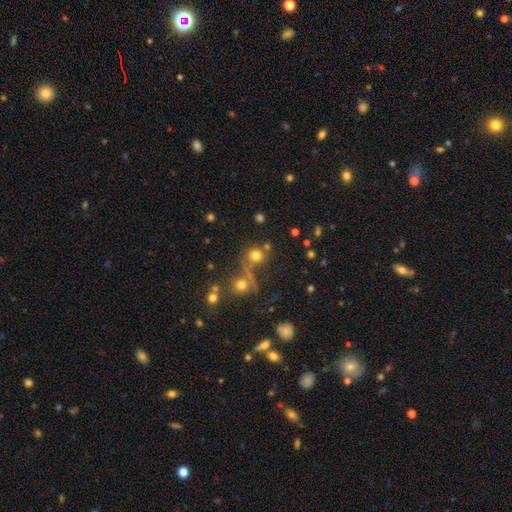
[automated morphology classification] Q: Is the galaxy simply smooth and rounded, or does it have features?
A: smooth — 74%.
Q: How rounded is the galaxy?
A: round — 89%.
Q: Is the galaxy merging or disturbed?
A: none — 62%.